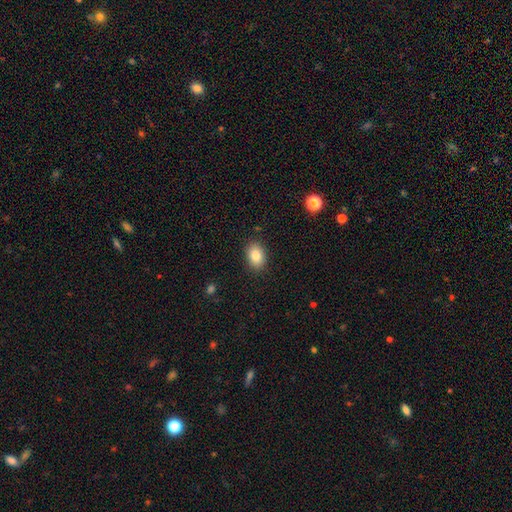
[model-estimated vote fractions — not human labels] Smooth or featured: smooth — 84% (star or artifact — 8%)
How rounded: in between — 82% (round — 17%)
Merging: none — 88% (minor disturbance — 9%)